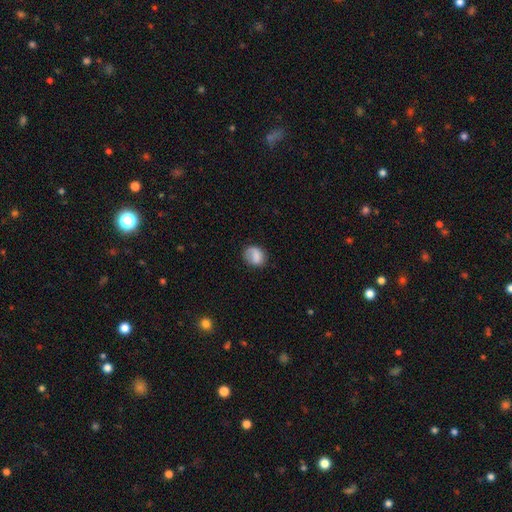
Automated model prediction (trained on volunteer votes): Smooth or featured? Predicted: smooth (p=0.75). How rounded? Predicted: round (p=0.58). Merging? Predicted: none (p=0.66).